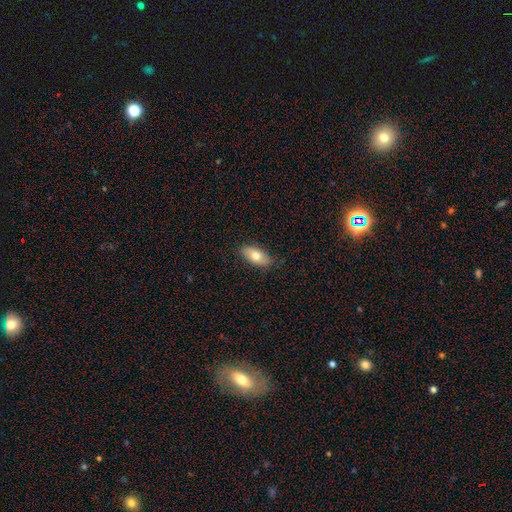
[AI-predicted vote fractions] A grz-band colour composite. It shows a smooth galaxy with no disk features (73%) that is in between round and cigar-shaped (88%). Merging: none (85%).